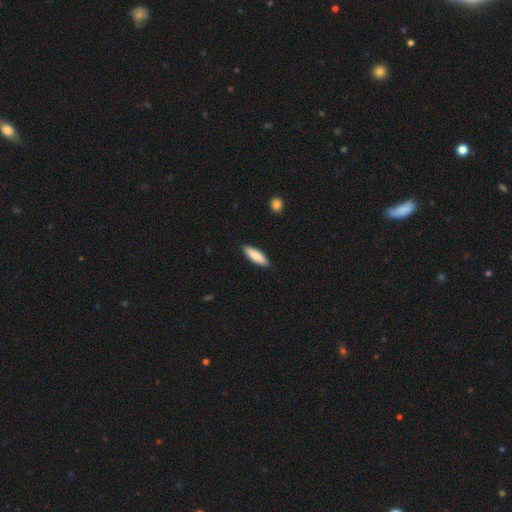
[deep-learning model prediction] The model was most divided on "how rounded": cigar-shaped: 58%, in between: 41%, round: 2%. More confident: merging — none (90%); smooth or featured — smooth (85%).